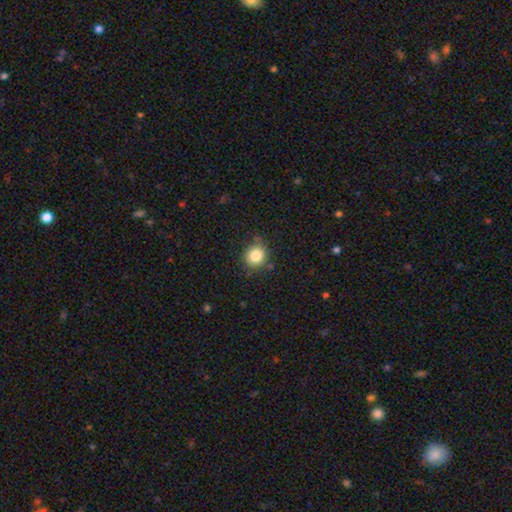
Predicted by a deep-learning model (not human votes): smooth_or_featured: smooth (p=0.84) [alt: star or artifact p=0.11]
how_rounded: round (p=0.85) [alt: in between p=0.14]
merging: none (p=0.77) [alt: minor disturbance p=0.16]